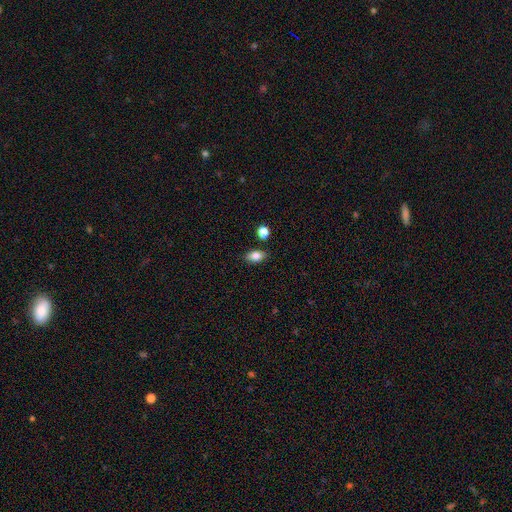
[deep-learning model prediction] Q: Smooth or featured?
A: smooth (82%); runner-up: star or artifact (9%)
Q: How rounded?
A: in between (86%); runner-up: round (11%)
Q: Merging?
A: none (82%); runner-up: minor disturbance (11%)